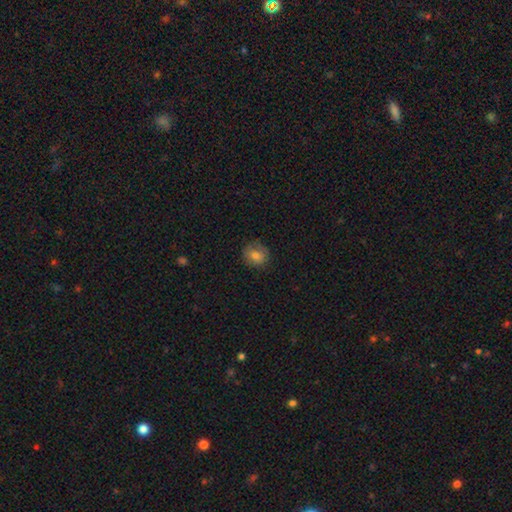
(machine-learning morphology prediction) The model was most divided on "how rounded": round: 76%, in between: 23%, cigar-shaped: 1%. More confident: merging — none (80%); smooth or featured — smooth (77%).